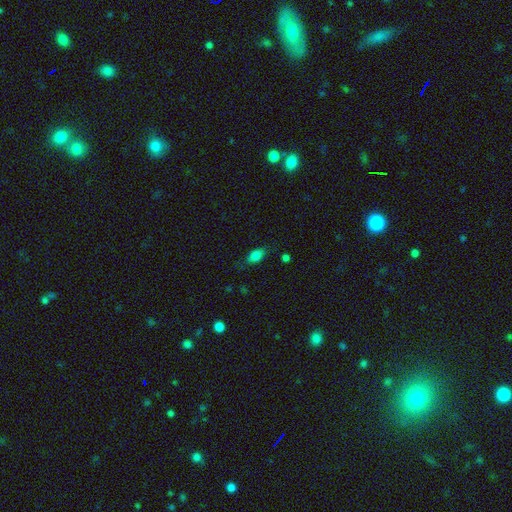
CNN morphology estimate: Overall: smooth (79%). How rounded: in between (84%). Merging: none (73%).